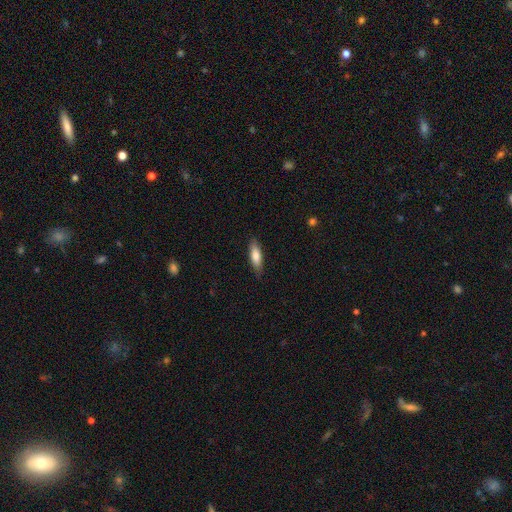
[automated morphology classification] smooth-or-featured: smooth: 79% | featured or disk: 16% | star or artifact: 6%
  how-rounded: cigar-shaped: 51% | in between: 47% | round: 2%
  merging: none: 84% | minor disturbance: 12% | major disturbance: 2% | merger: 1%